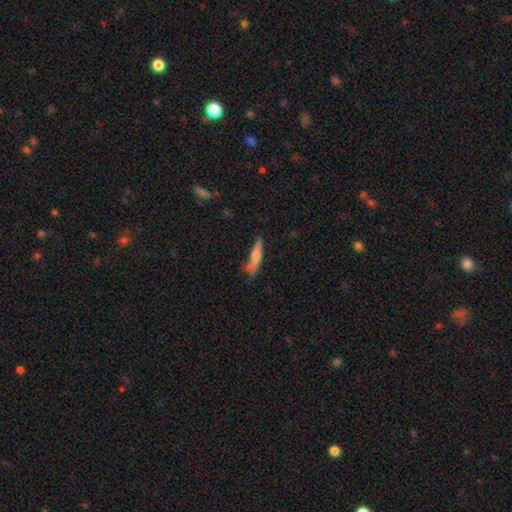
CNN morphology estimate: This is possibly a smooth galaxy (53%). How rounded: clearly cigar-shaped (87%). Merging: likely none (61%).